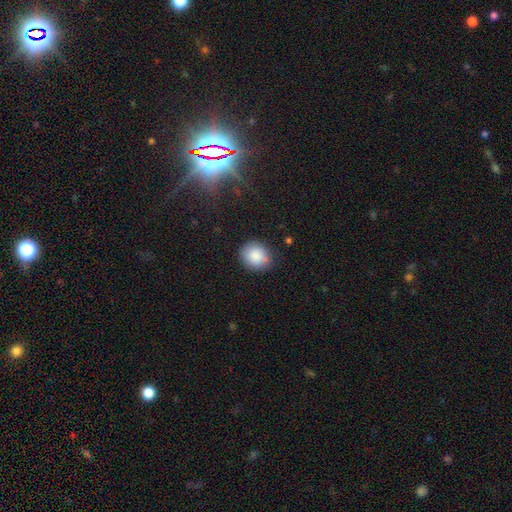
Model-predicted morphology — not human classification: Overall: smooth (87%). How rounded: round (72%). Merging: none (80%).